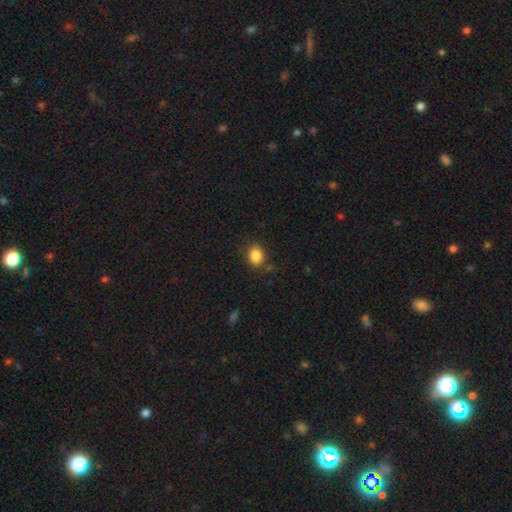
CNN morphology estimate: type=smooth (86%); roundness=in between (59%); merging=none (82%).